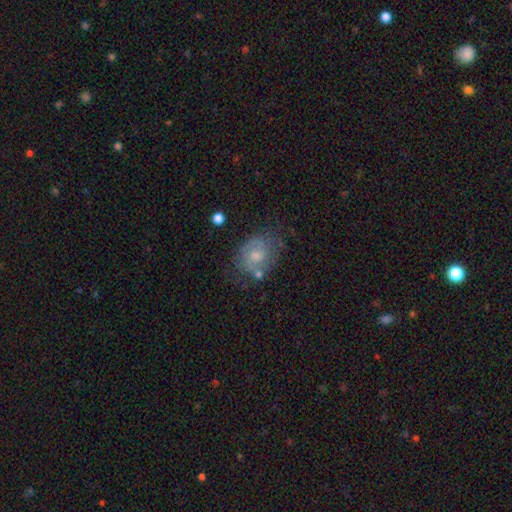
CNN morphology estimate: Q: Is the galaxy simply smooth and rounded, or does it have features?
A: featured or disk — 56%.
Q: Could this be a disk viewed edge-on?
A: no — 96%.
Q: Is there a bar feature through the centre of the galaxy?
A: no — 63%.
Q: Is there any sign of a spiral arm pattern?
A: yes — 73%.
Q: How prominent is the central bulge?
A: moderate — 53%.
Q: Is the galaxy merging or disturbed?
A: none — 62%.